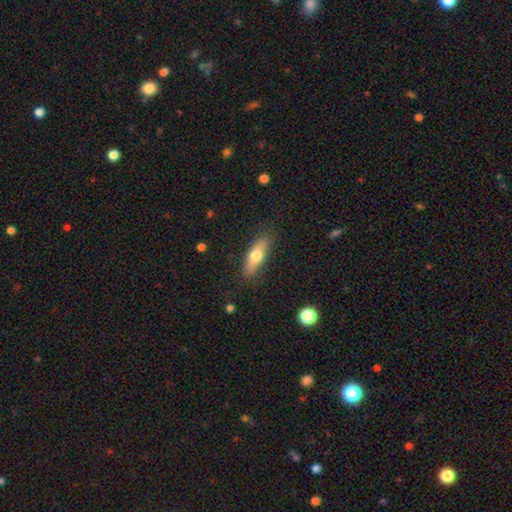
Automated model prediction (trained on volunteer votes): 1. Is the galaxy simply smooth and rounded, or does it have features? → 62% smooth, 32% featured or disk, 6% star or artifact.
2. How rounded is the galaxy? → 50% cigar-shaped, 47% in between, 3% round.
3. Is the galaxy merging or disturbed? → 82% none, 13% minor disturbance, 3% major disturbance, 1% merger.